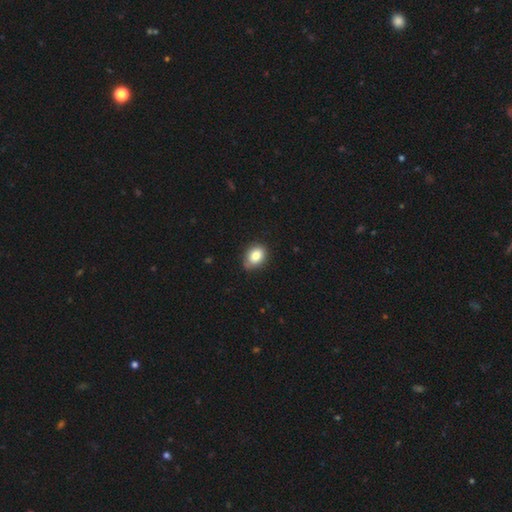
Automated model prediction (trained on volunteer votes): Smooth or featured?
  - smooth: 84% *
  - star or artifact: 9%
  - featured or disk: 8%
How rounded?
  - in between: 65% *
  - round: 34%
  - cigar-shaped: 1%
Merging?
  - none: 71% *
  - minor disturbance: 23%
  - major disturbance: 3%
  - merger: 2%